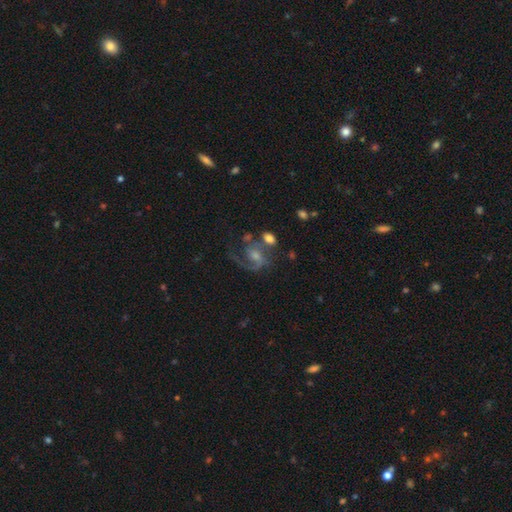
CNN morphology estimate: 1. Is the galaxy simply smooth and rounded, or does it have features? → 74% featured or disk, 18% smooth, 8% star or artifact.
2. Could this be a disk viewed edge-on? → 98% no, 2% yes.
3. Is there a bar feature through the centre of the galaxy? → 54% no, 38% weak, 8% strong.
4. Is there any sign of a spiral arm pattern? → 90% yes, 10% no.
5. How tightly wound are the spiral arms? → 46% medium, 37% loose, 17% tight.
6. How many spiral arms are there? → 56% 1, 33% 2, 6% can't tell, 3% 3, 1% 4, 1% more than 4.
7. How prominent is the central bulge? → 41% moderate, 35% small, 13% none, 9% large, 2% dominant.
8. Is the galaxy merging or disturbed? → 35% none, 31% major disturbance, 17% merger, 16% minor disturbance.